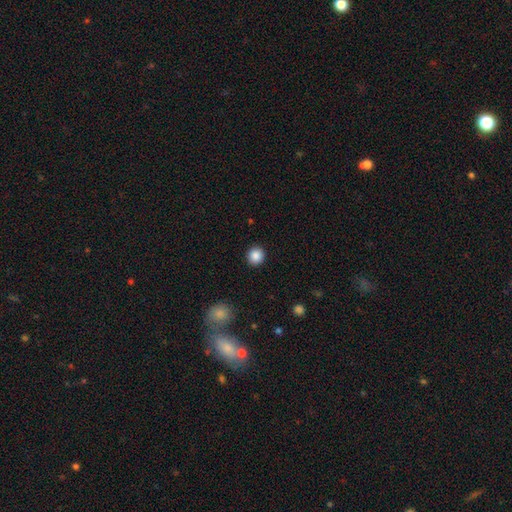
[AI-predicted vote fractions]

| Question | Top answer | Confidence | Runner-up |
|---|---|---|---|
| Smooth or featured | smooth | 87% | star or artifact (10%) |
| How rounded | round | 92% | in between (7%) |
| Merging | none | 92% | minor disturbance (5%) |